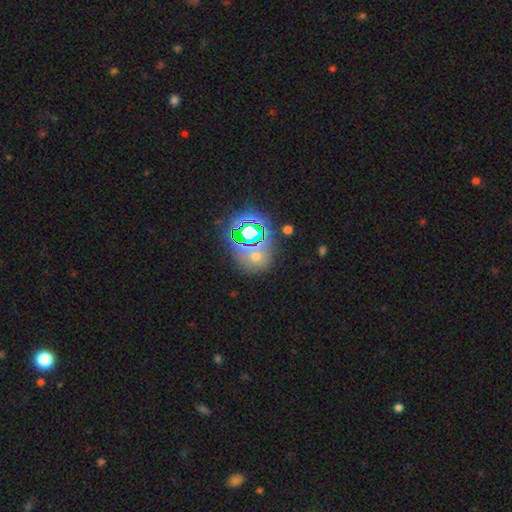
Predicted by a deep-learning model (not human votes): smooth-or-featured: star or artifact: 55% | smooth: 33% | featured or disk: 11%